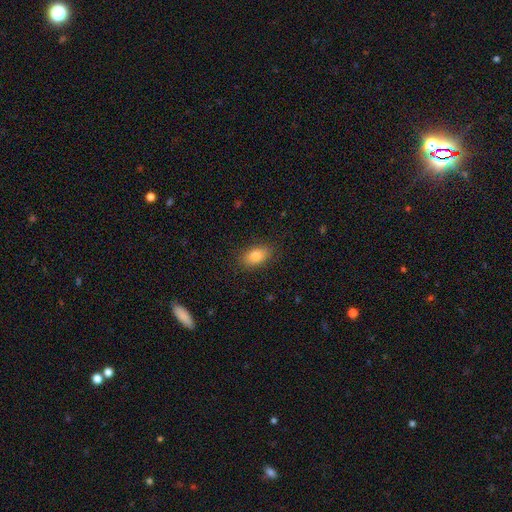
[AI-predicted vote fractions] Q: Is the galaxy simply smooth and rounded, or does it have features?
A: smooth — 84%.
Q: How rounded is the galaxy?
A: in between — 88%.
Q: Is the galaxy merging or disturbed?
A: none — 86%.